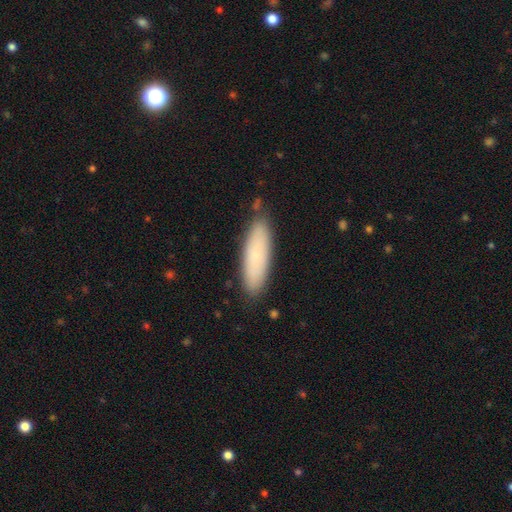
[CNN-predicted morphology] The model was most divided on "how rounded": cigar-shaped: 54%, in between: 44%, round: 2%. More confident: merging — none (81%); smooth or featured — smooth (75%).